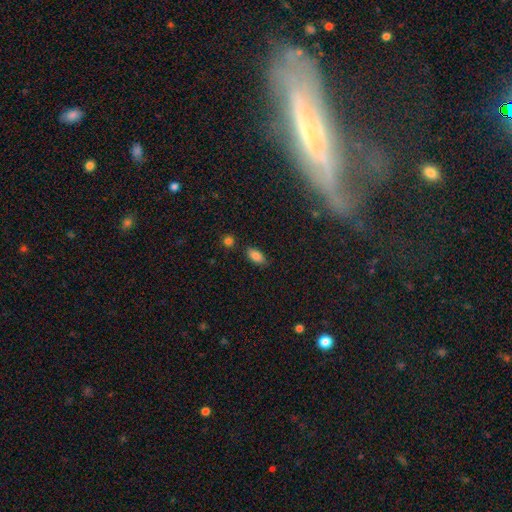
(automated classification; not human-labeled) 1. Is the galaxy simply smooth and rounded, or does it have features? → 85% smooth, 9% star or artifact, 6% featured or disk.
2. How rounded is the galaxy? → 90% in between, 6% cigar-shaped, 4% round.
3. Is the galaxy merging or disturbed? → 80% none, 13% minor disturbance, 4% merger, 3% major disturbance.